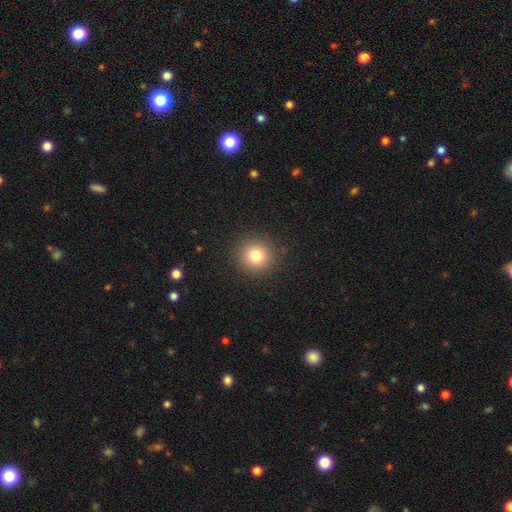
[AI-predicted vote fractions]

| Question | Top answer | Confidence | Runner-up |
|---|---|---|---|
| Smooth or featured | smooth | 80% | star or artifact (12%) |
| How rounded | round | 93% | in between (6%) |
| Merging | none | 91% | minor disturbance (6%) |